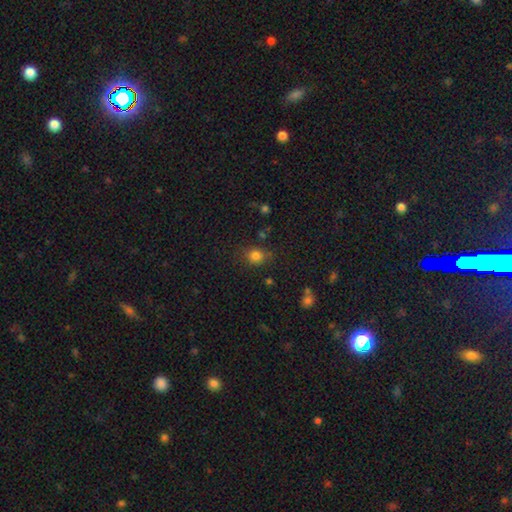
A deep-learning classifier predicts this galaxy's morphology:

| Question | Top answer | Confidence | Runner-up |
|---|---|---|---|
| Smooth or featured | smooth | 81% | star or artifact (14%) |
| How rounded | round | 74% | in between (25%) |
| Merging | none | 76% | minor disturbance (16%) |